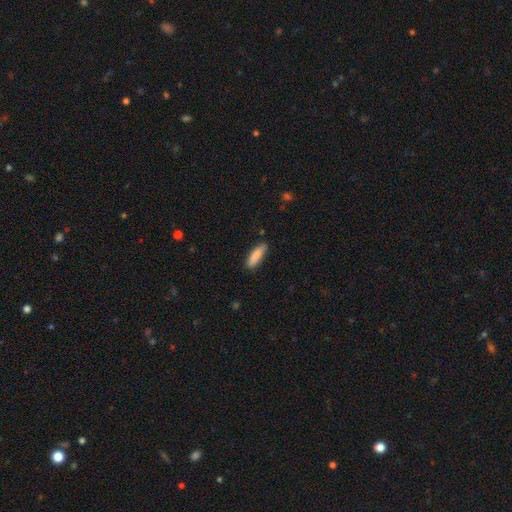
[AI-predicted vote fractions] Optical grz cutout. It shows a smooth galaxy with no disk features (86%) that is cigar-shaped (60%). Merging: none (84%).